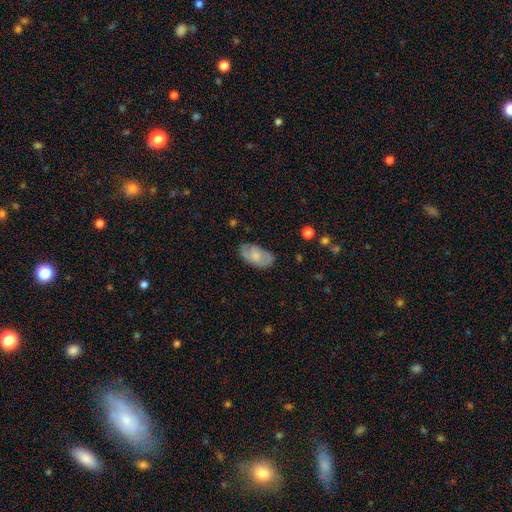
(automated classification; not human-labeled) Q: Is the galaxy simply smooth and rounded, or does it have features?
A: smooth — 49%.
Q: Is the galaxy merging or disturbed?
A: none — 71%.